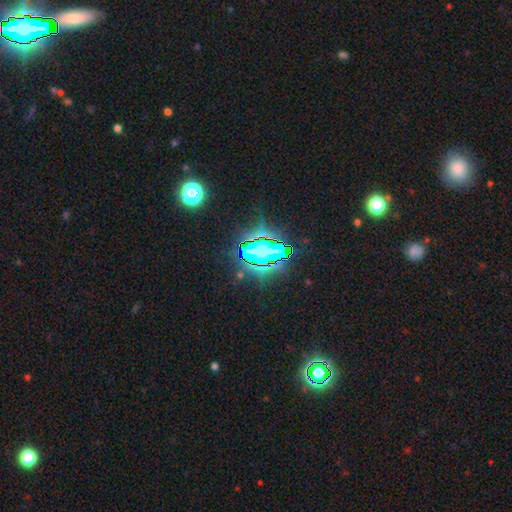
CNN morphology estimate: Smooth or featured?
  - star or artifact: 81% *
  - smooth: 11%
  - featured or disk: 7%